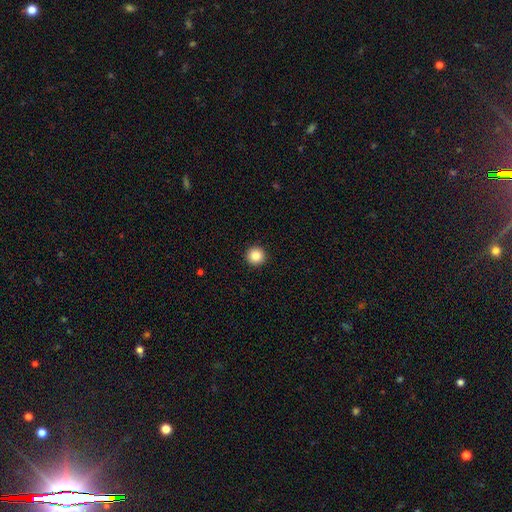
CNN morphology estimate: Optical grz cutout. It shows a smooth galaxy with no disk features (85%) that is round (97%). Merging: none (94%).